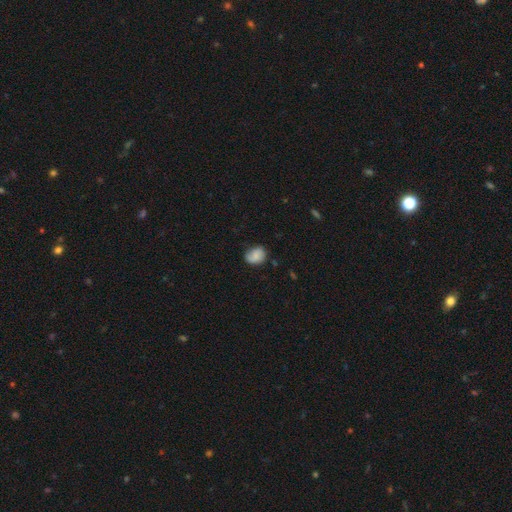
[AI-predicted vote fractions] Smooth or featured?
  - smooth: 70% *
  - featured or disk: 21%
  - star or artifact: 8%
How rounded?
  - in between: 55% *
  - round: 44%
  - cigar-shaped: 1%
Merging?
  - none: 65% *
  - minor disturbance: 27%
  - major disturbance: 6%
  - merger: 2%